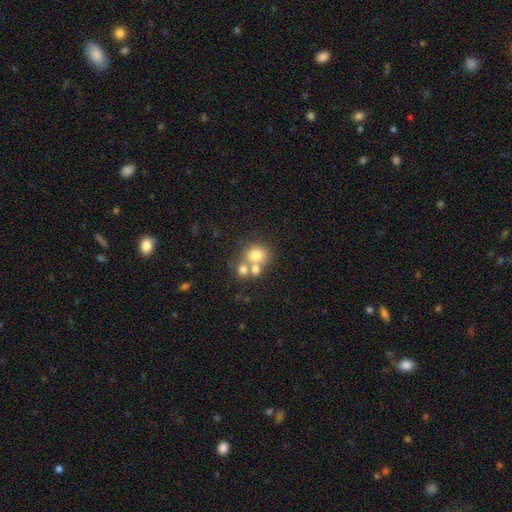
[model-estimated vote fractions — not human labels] Overall: smooth (71%). How rounded: round (75%). Merging: merger (50%; none 39%).